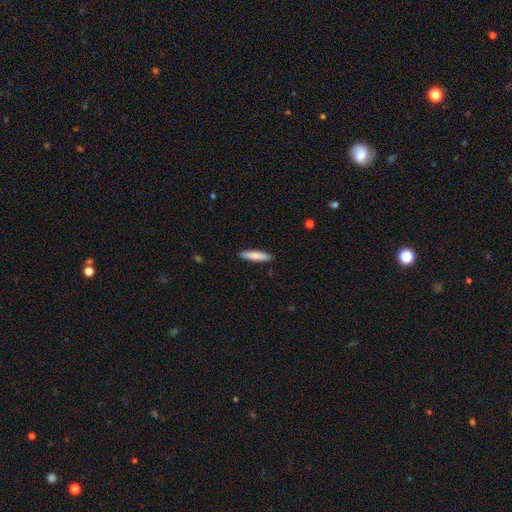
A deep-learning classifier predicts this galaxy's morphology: This is likely a smooth galaxy (80%). How rounded: likely cigar-shaped (80%). Merging: clearly none (90%).